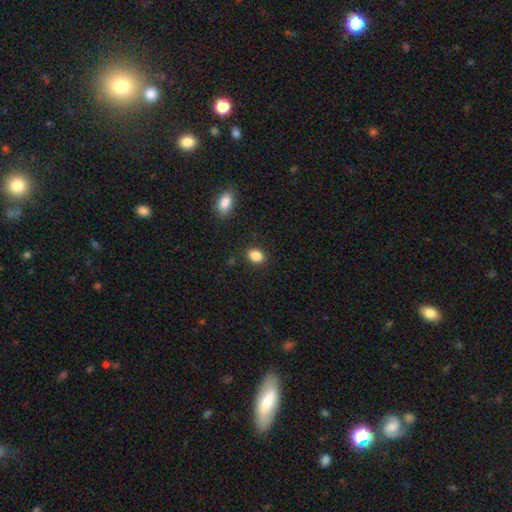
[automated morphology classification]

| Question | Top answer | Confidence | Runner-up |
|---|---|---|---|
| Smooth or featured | smooth | 86% | star or artifact (10%) |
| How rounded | in between | 72% | round (26%) |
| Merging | none | 86% | minor disturbance (10%) |